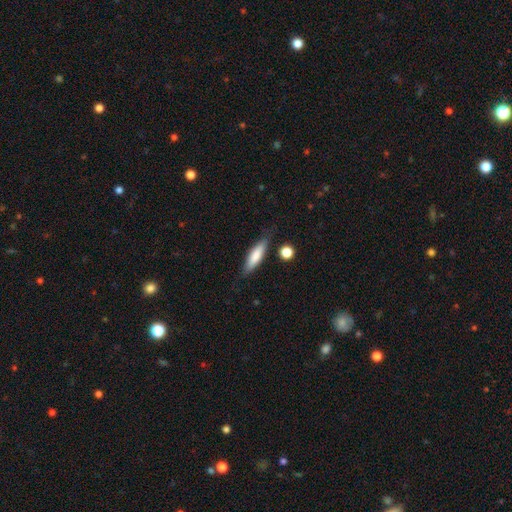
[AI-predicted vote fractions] This appears to be a smooth galaxy with no disk features (72%) that is cigar-shaped (67%). Merging: none (77%).